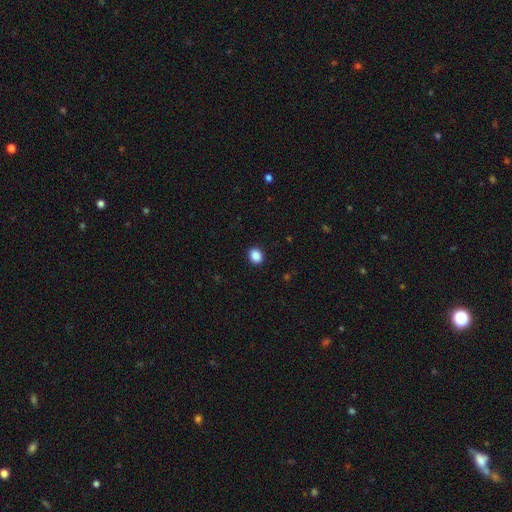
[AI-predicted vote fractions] Smooth or featured? smooth (89%)
How rounded? round (53%)
Merging? none (91%)